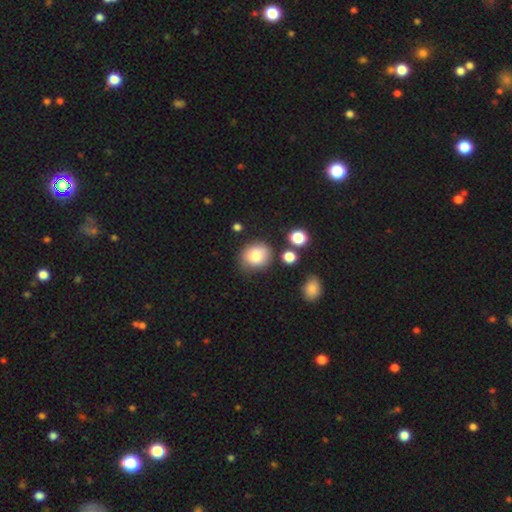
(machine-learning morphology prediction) This appears to be a smooth galaxy with no disk features (83%) that is round (68%). Merging: none (72%).